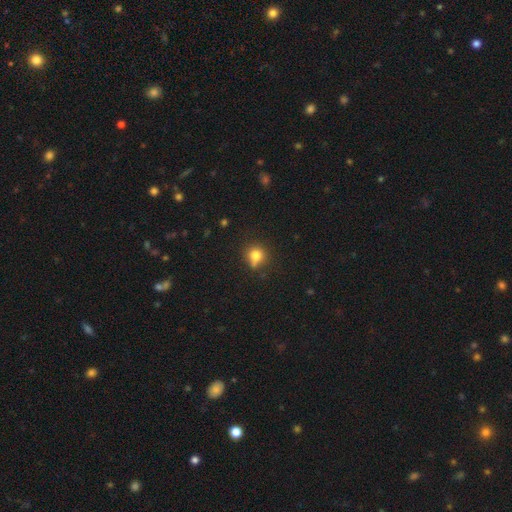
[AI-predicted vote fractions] This appears to be a smooth galaxy with no disk features (79%) that is round (84%). Merging: none (62%).